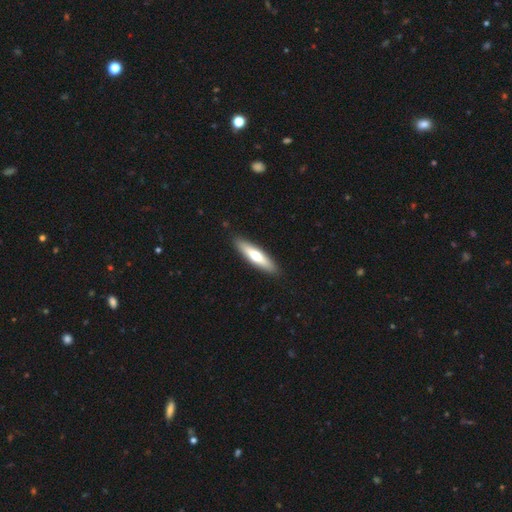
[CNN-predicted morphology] The model was most divided on "smooth or featured": smooth: 58%, featured or disk: 37%, star or artifact: 5%. More confident: merging — none (90%); how rounded — cigar-shaped (76%).